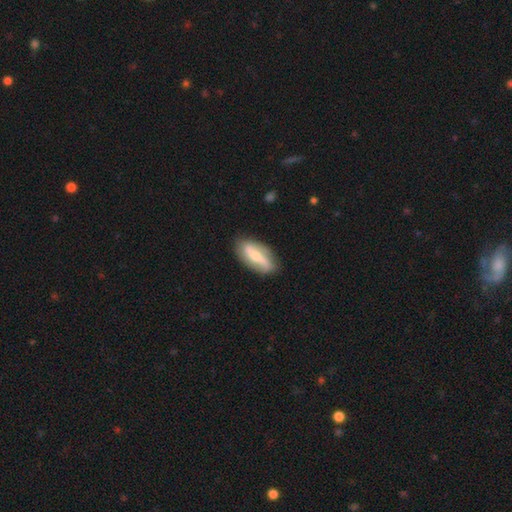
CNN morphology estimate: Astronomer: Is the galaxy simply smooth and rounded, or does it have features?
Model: featured or disk — 61%.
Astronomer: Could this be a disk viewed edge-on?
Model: no — 84%.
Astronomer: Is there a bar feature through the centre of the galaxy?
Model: strong — 41% (runner-up: weak, 32%).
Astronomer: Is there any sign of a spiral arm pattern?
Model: yes — 82%.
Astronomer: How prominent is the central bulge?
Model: small — 48% (runner-up: moderate, 42%).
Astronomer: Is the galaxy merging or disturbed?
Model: none — 80%.